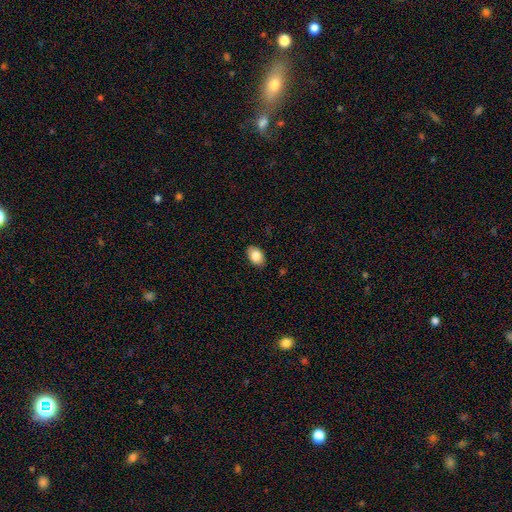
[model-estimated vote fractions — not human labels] Q: Smooth or featured?
A: smooth (83%); runner-up: featured or disk (9%)
Q: How rounded?
A: in between (86%); runner-up: round (13%)
Q: Merging?
A: none (87%); runner-up: minor disturbance (10%)